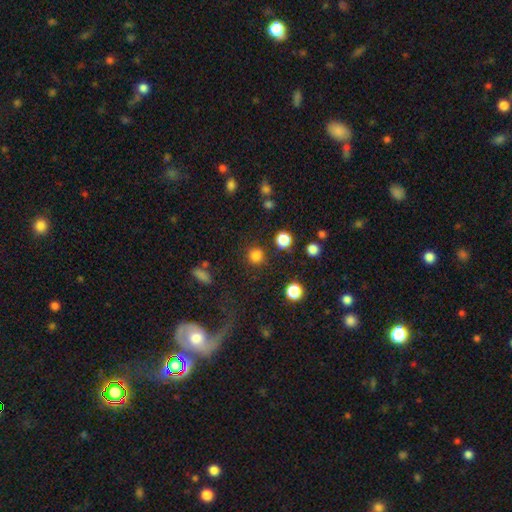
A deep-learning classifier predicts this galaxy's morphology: smooth-or-featured: smooth: 81% | star or artifact: 15% | featured or disk: 4%
  how-rounded: round: 93% | in between: 6% | cigar-shaped: 1%
  merging: none: 86% | minor disturbance: 8% | major disturbance: 3% | merger: 3%